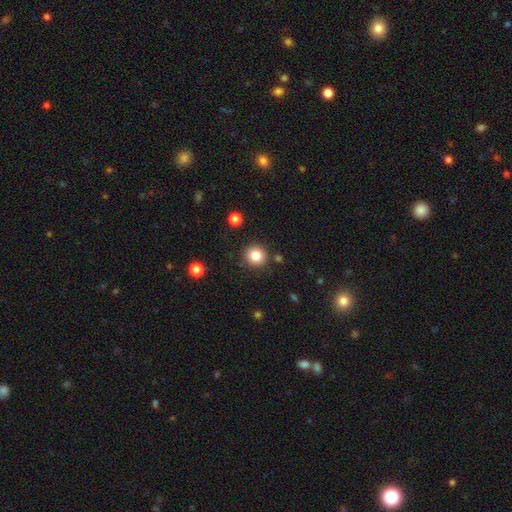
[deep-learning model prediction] Smooth or featured? Predicted: smooth (p=0.84). How rounded? Predicted: round (p=0.92). Merging? Predicted: none (p=0.87).